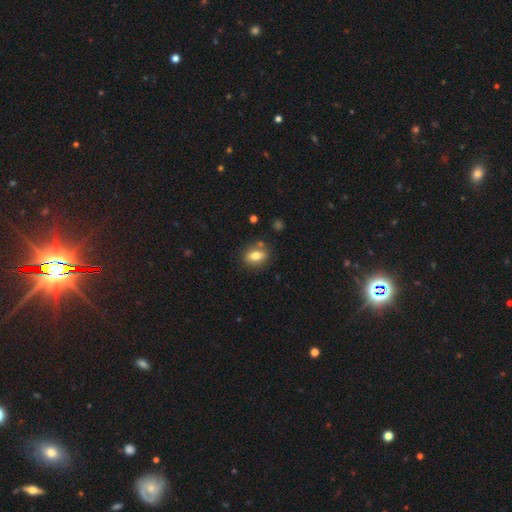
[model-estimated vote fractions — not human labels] Smooth or featured? Predicted: smooth (p=0.72). How rounded? Predicted: in between (p=0.65). Merging? Predicted: none (p=0.81).